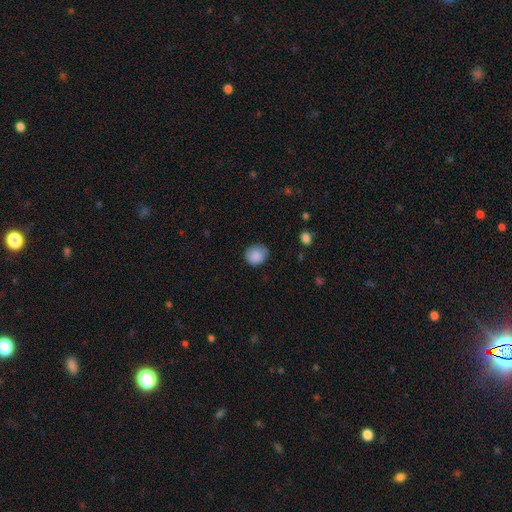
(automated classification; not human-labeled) This is clearly a smooth galaxy (87%). How rounded: likely round (77%). Merging: likely none (75%).